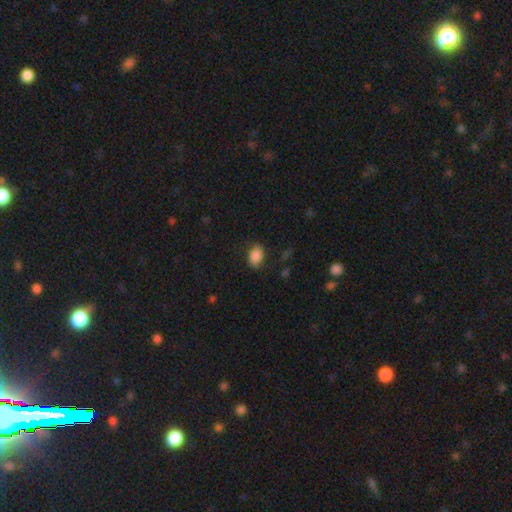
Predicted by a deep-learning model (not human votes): Smooth or featured?
  - smooth: 85% *
  - star or artifact: 8%
  - featured or disk: 7%
How rounded?
  - in between: 84% *
  - round: 14%
  - cigar-shaped: 1%
Merging?
  - none: 76% *
  - minor disturbance: 18%
  - major disturbance: 5%
  - merger: 1%